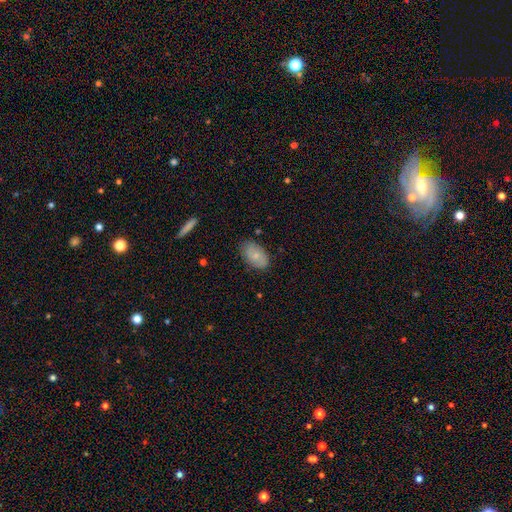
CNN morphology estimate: A smooth galaxy with no disk features (72%) that is in between round and cigar-shaped (92%).

Vote fractions:
- Smooth or featured? smooth: 72% / featured or disk: 21% / star or artifact: 7%
- How rounded? in between: 92% / round: 6% / cigar-shaped: 2%
- Merging? none: 78% / minor disturbance: 17% / major disturbance: 3% / merger: 1%